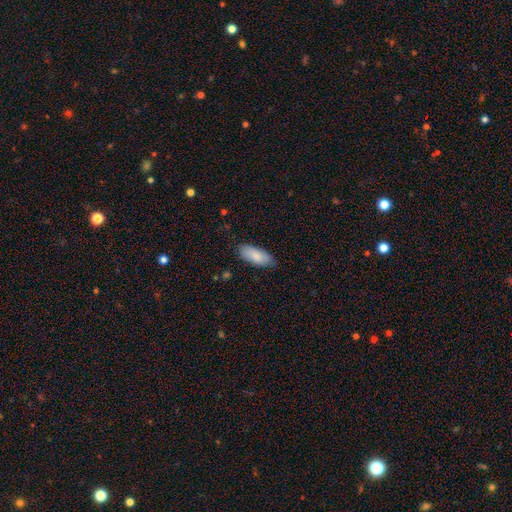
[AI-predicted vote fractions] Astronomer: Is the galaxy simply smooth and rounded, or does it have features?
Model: smooth — 84%.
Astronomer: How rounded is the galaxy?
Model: in between — 85%.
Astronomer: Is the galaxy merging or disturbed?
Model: none — 80%.